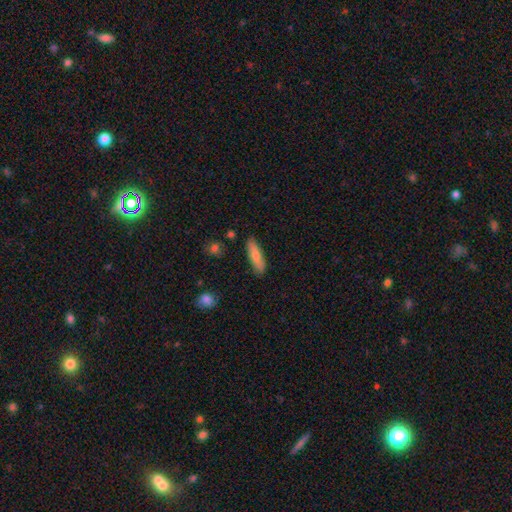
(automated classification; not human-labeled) Smooth or featured? Predicted: smooth (p=0.74). How rounded? Predicted: cigar-shaped (p=0.59). Merging? Predicted: none (p=0.85).